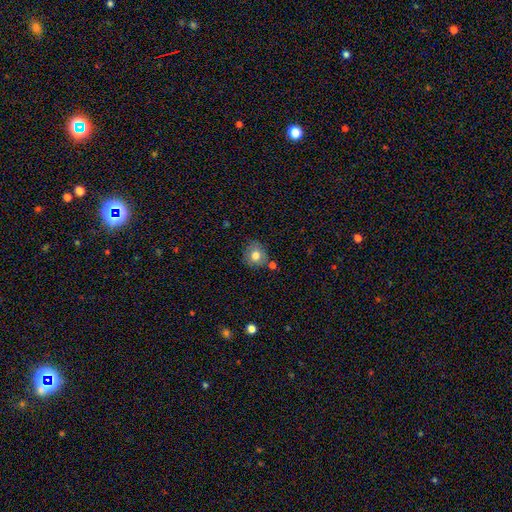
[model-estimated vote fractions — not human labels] The model was most divided on "merging": none: 72%, minor disturbance: 16%, merger: 7%, major disturbance: 4%. More confident: how rounded — round (81%); smooth or featured — smooth (76%).